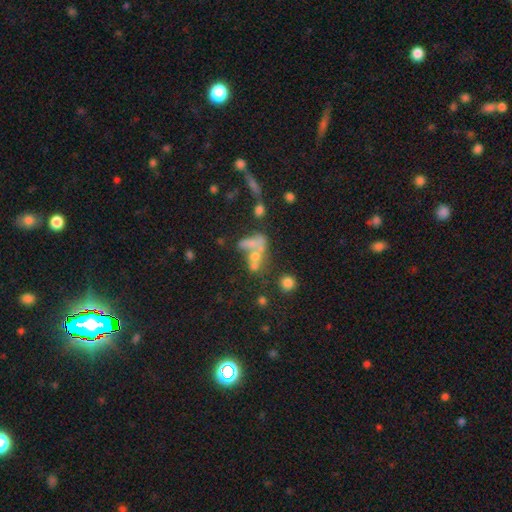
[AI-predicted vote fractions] Smooth or featured?
  - smooth: 39% *
  - featured or disk: 31%
  - star or artifact: 30%
Merging?
  - merger: 41% *
  - none: 31%
  - major disturbance: 17%
  - minor disturbance: 12%